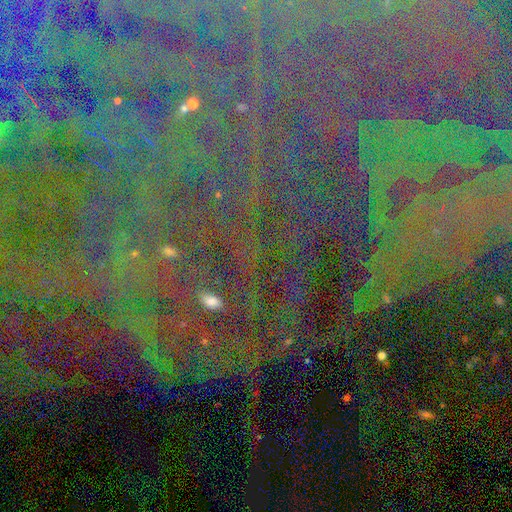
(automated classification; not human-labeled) A star or artifact, not a galaxy (84%).

Vote fractions:
- Smooth or featured? star or artifact: 84% / featured or disk: 9% / smooth: 7%